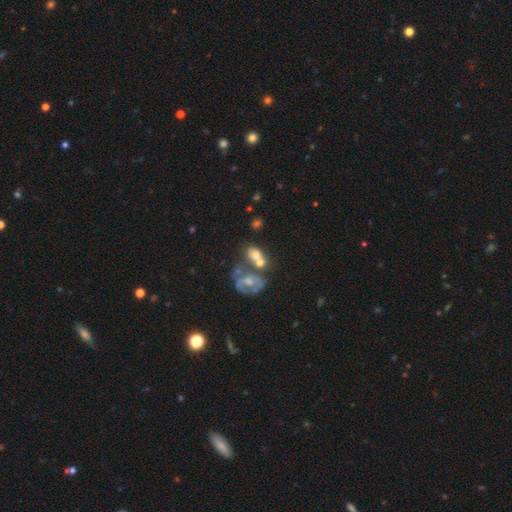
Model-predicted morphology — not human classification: Q: Smooth or featured?
A: smooth (55%); runner-up: featured or disk (34%)
Q: How rounded?
A: in between (65%); runner-up: round (34%)
Q: Merging?
A: merger (52%); runner-up: none (26%)